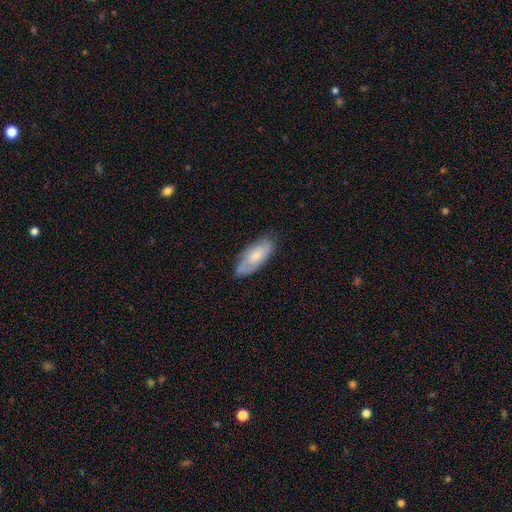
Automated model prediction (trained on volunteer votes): Morphology: type=smooth (57%); roundness=in between (83%); merging=none (70%).